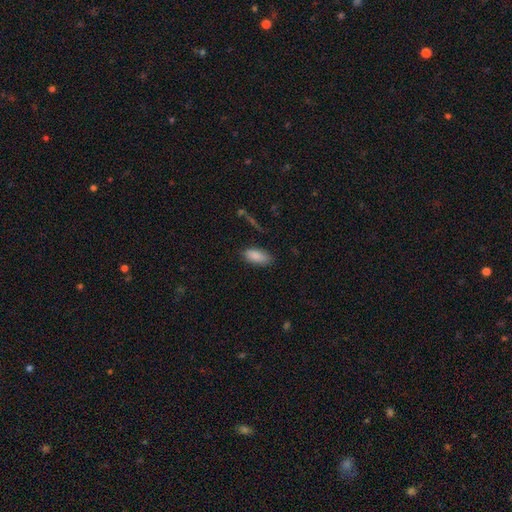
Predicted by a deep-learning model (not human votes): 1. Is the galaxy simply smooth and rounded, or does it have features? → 87% smooth, 8% star or artifact, 6% featured or disk.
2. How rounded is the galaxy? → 88% in between, 10% cigar-shaped, 2% round.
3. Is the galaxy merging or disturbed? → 79% none, 16% minor disturbance, 3% major disturbance, 2% merger.